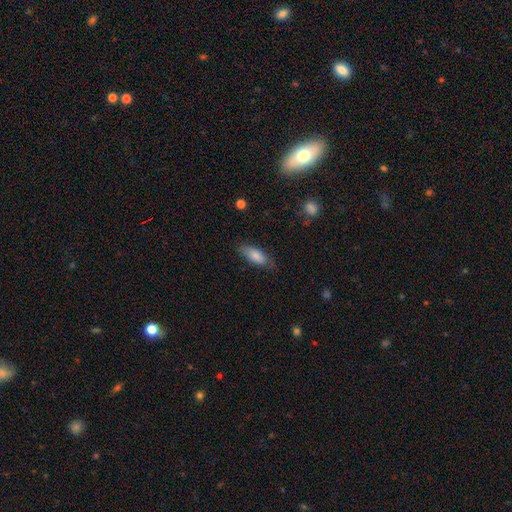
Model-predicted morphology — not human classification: This appears to be a smooth galaxy with no disk features (81%) that is in between round and cigar-shaped (76%). Merging: none (73%).